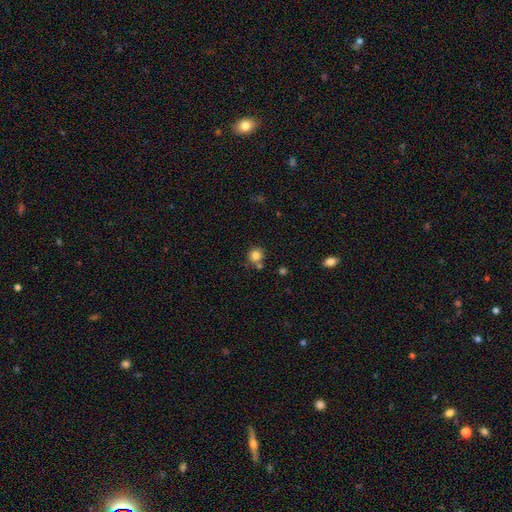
A smooth galaxy with no disk features (88%) that is round (83%). Merging: none (74%).